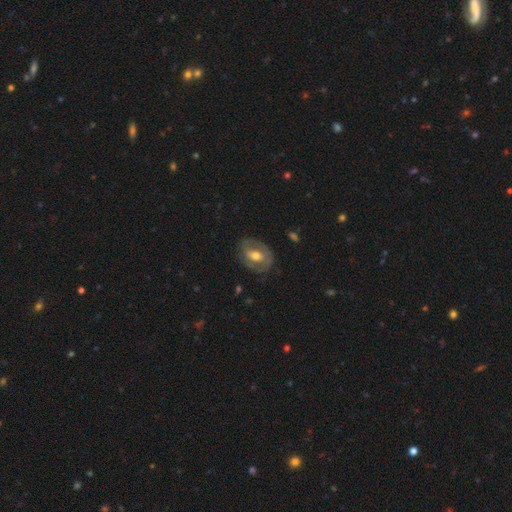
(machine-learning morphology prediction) Smooth or featured?
  - featured or disk: 63% *
  - smooth: 31%
  - star or artifact: 6%
Edge-on disk?
  - no: 94% *
  - yes: 6%
Bar?
  - weak: 39% *
  - no: 37%
  - strong: 24%
Spiral arms?
  - yes: 51% *
  - no: 49%
Bulge size?
  - moderate: 72% *
  - small: 17%
  - large: 9%
  - none: 1%
  - dominant: 1%
Merging?
  - none: 74% *
  - minor disturbance: 18%
  - major disturbance: 7%
  - merger: 1%